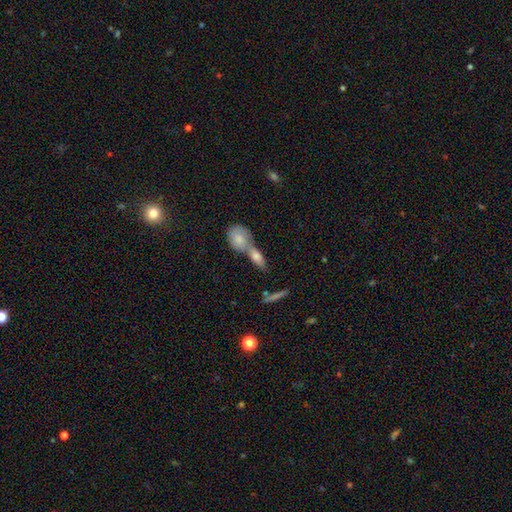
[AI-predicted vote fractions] Morphology: type=smooth (58%); roundness=in between (52%); merging=merger (54%).